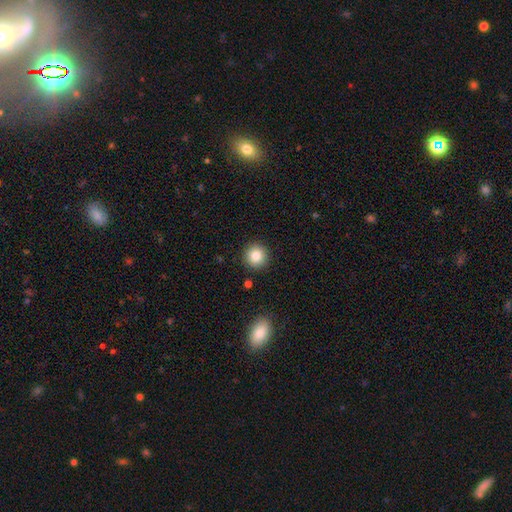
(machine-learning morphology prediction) This appears to be a smooth galaxy with no disk features (85%) that is round (94%). Merging: none (91%).